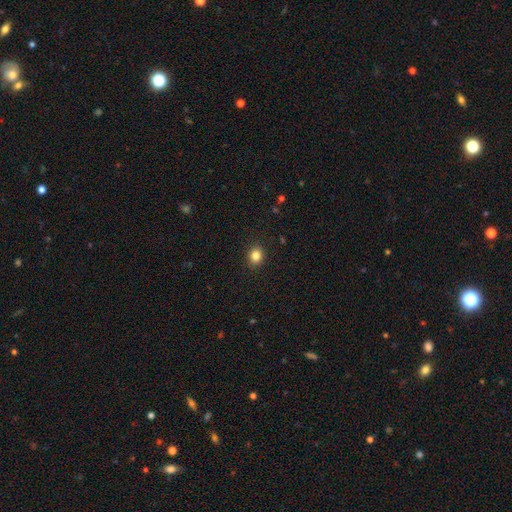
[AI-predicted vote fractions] Smooth or featured?
  - smooth: 83% *
  - star or artifact: 11%
  - featured or disk: 5%
How rounded?
  - round: 66% *
  - in between: 33%
  - cigar-shaped: 1%
Merging?
  - none: 90% *
  - minor disturbance: 7%
  - major disturbance: 2%
  - merger: 1%